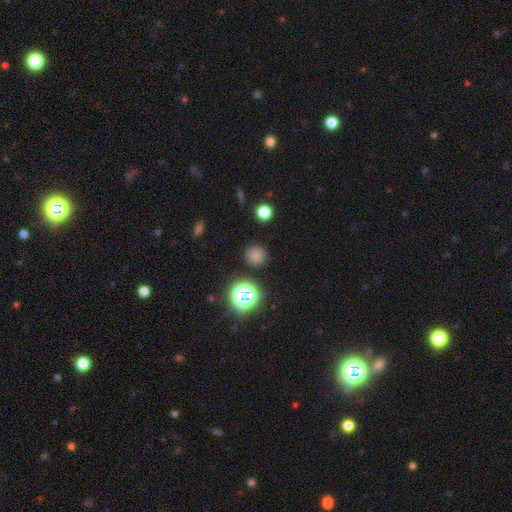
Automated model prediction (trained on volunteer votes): Smooth or featured? smooth (73%)
How rounded? round (91%)
Merging? none (85%)